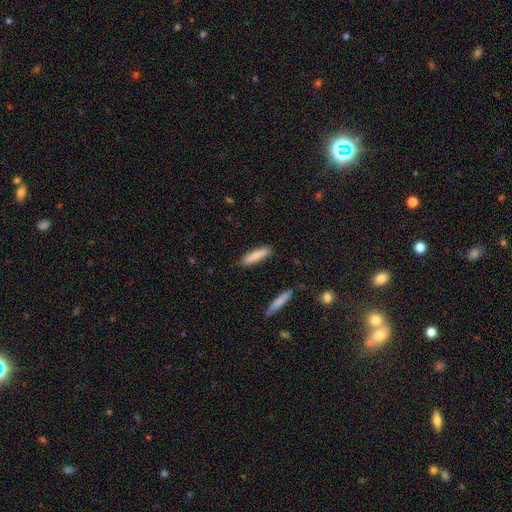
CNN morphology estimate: Overall: smooth (79%). How rounded: cigar-shaped (74%). Merging: none (87%).